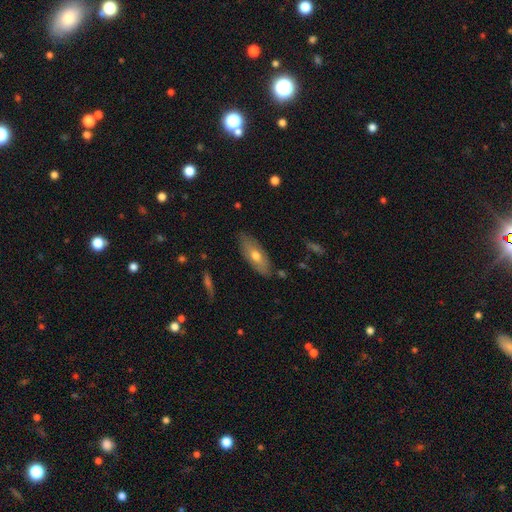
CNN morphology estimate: Smooth or featured?
  - smooth: 55% *
  - featured or disk: 38%
  - star or artifact: 7%
How rounded?
  - in between: 75% *
  - cigar-shaped: 22%
  - round: 3%
Merging?
  - none: 82% *
  - minor disturbance: 14%
  - major disturbance: 2%
  - merger: 2%